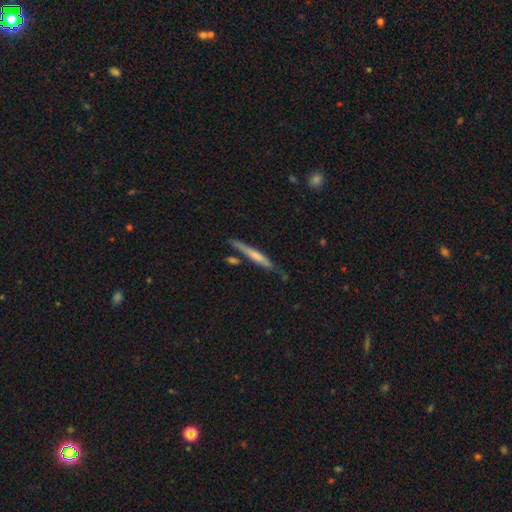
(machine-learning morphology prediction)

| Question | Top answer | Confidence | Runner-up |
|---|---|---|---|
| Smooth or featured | smooth | 52% | featured or disk (42%) |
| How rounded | cigar-shaped | 94% | in between (4%) |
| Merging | none | 71% | minor disturbance (18%) |